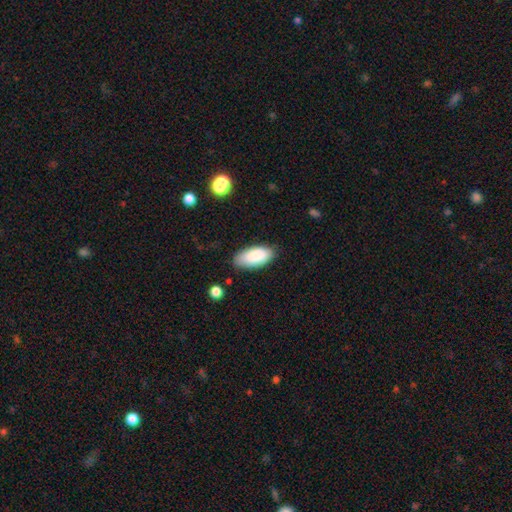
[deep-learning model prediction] Smooth or featured?
  - smooth: 87% *
  - featured or disk: 7%
  - star or artifact: 6%
How rounded?
  - in between: 91% *
  - cigar-shaped: 7%
  - round: 2%
Merging?
  - none: 80% *
  - minor disturbance: 15%
  - major disturbance: 3%
  - merger: 2%